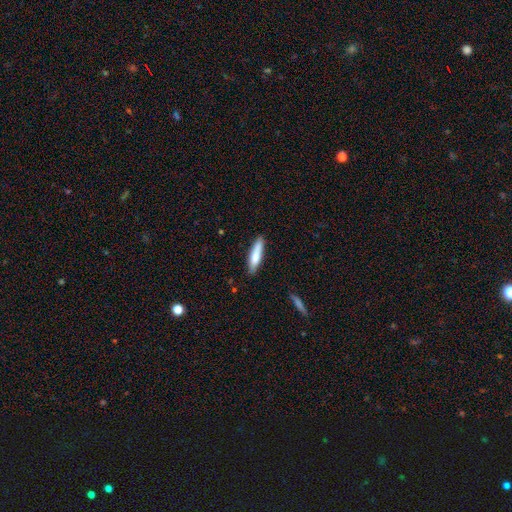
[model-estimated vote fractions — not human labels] A smooth galaxy with no disk features (74%) that is cigar-shaped (76%). Merging: none (84%).